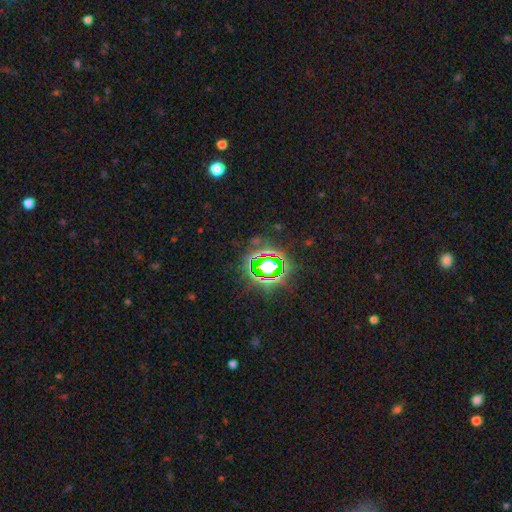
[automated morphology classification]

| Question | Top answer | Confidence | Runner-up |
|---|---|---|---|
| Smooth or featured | star or artifact | 80% | smooth (12%) |